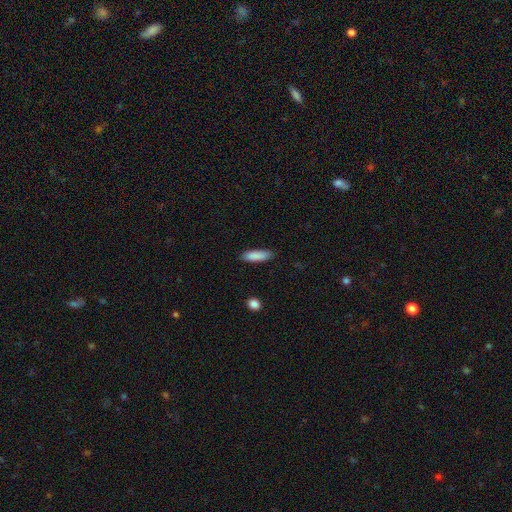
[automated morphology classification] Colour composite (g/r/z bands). It shows a smooth galaxy with no disk features (88%) that is cigar-shaped (53%). Merging: none (86%).